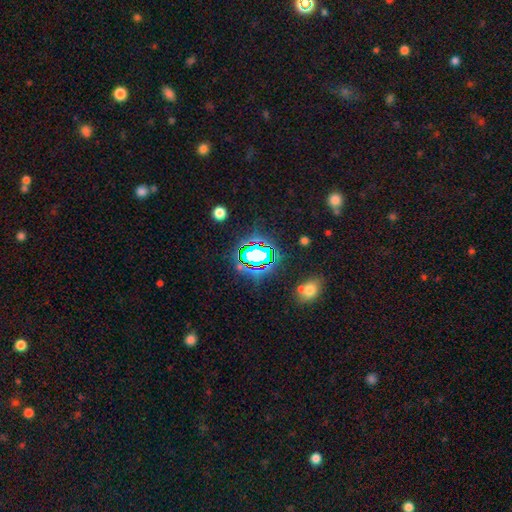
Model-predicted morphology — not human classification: star or artifact 68%, smooth 20%, featured or disk 13%.